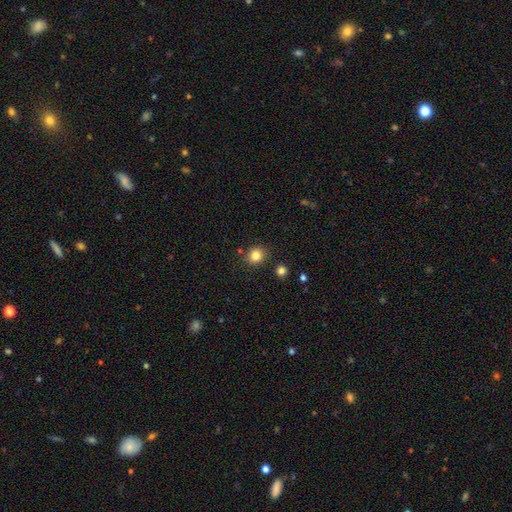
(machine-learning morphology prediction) Overall: smooth (83%). How rounded: round (82%). Merging: none (86%).